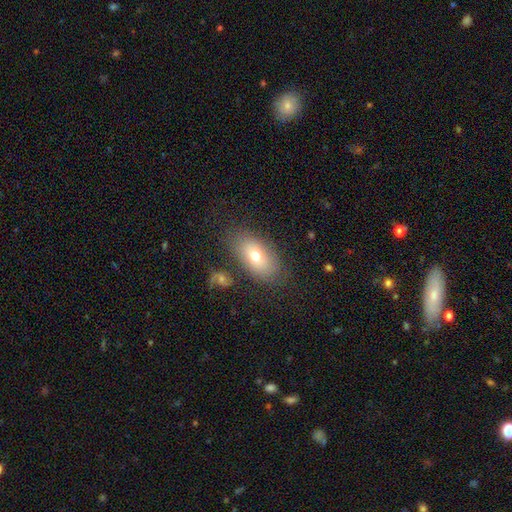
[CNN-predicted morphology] Smooth or featured? smooth (69%)
How rounded? in between (90%)
Merging? none (77%)